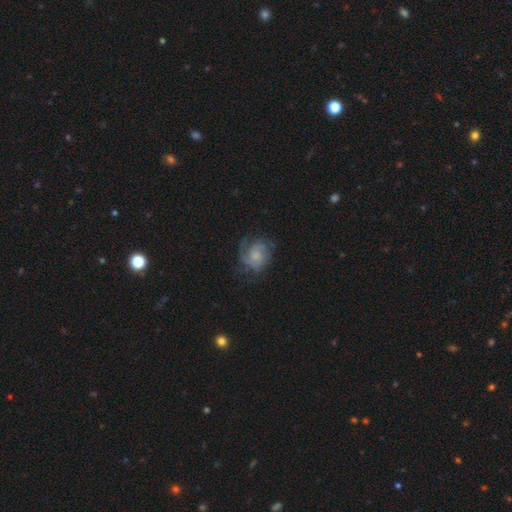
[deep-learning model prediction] featured or disk 64%, smooth 28%, star or artifact 8%. Down the decision tree: edge-on disk — no (98%); bar — no (74%); spiral arms — yes (89%); spiral arm count — 2 (37%); spiral winding — tight (44%); bulge size — small (50%); merging — none (59%).